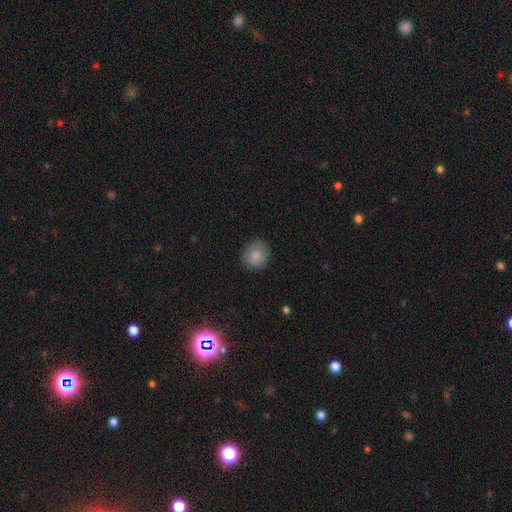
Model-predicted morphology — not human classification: Q: Smooth or featured?
A: smooth (84%); runner-up: star or artifact (8%)
Q: How rounded?
A: round (80%); runner-up: in between (19%)
Q: Merging?
A: none (83%); runner-up: minor disturbance (12%)